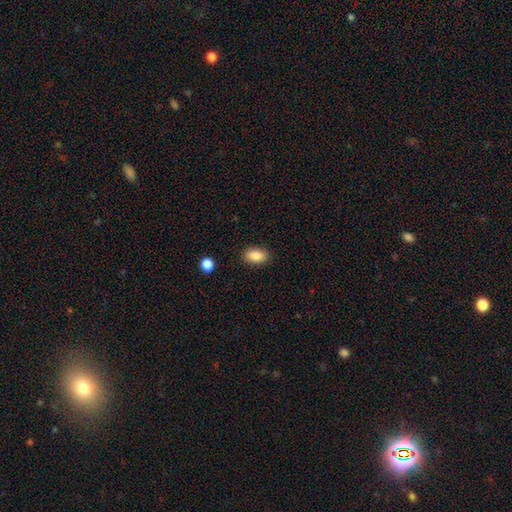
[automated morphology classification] This appears to be a smooth galaxy with no disk features (85%) that is in between round and cigar-shaped (89%). Merging: none (88%).